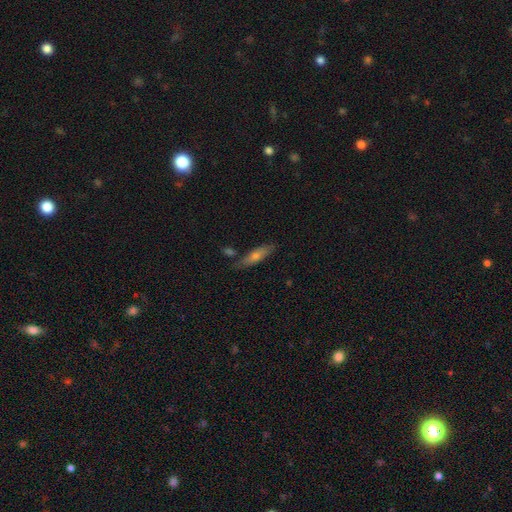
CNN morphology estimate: The model was most divided on "smooth or featured": smooth: 56%, featured or disk: 37%, star or artifact: 8%. More confident: merging — none (75%); how rounded — cigar-shaped (68%).